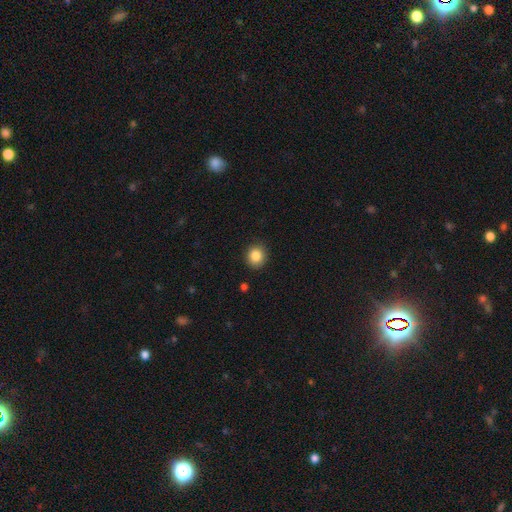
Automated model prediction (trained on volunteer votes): Smooth or featured? Predicted: smooth (p=0.86). How rounded? Predicted: round (p=0.81). Merging? Predicted: none (p=0.89).